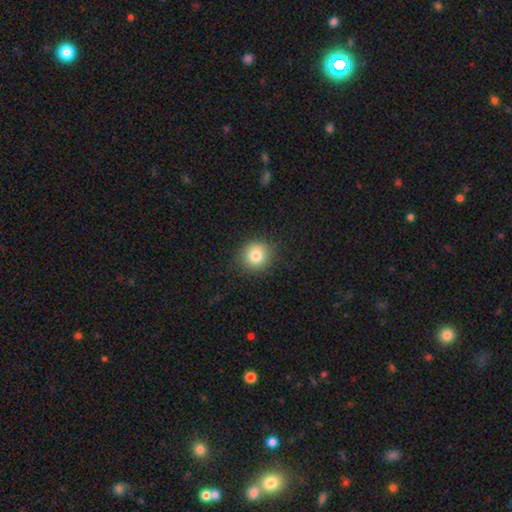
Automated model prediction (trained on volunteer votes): Smooth or featured? smooth (81%)
How rounded? round (90%)
Merging? none (88%)